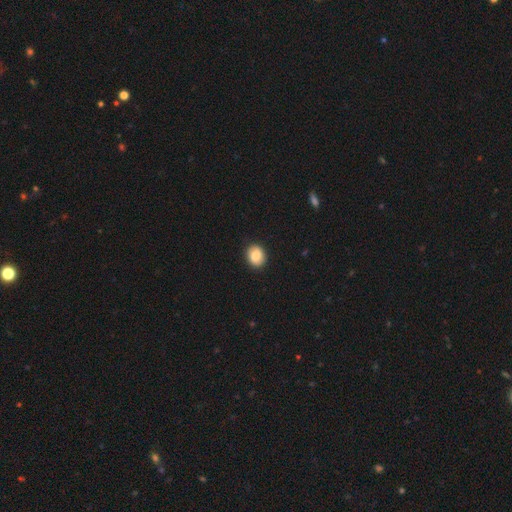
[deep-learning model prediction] Smooth or featured: smooth — 82% (featured or disk — 10%)
How rounded: round — 60% (in between — 39%)
Merging: none — 89% (minor disturbance — 8%)